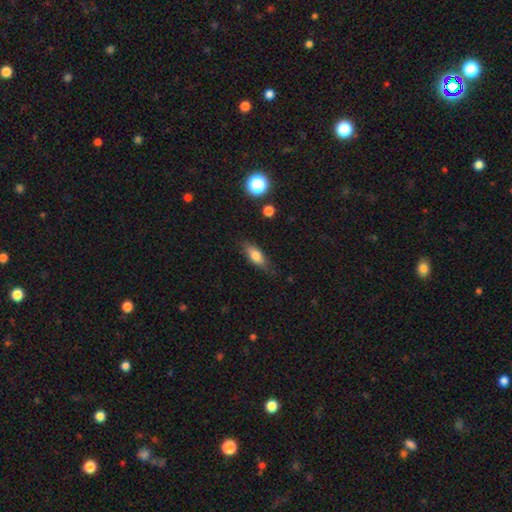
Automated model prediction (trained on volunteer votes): Smooth or featured?
  - smooth: 74% *
  - featured or disk: 17%
  - star or artifact: 8%
How rounded?
  - in between: 71% *
  - cigar-shaped: 25%
  - round: 4%
Merging?
  - none: 78% *
  - minor disturbance: 17%
  - major disturbance: 4%
  - merger: 2%